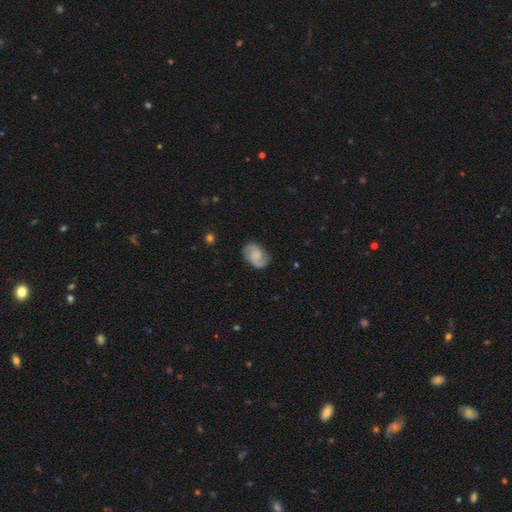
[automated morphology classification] A featured or disk galaxy (81%) with no bar (60%), 2 (92%) medium (51%) spiral arms (97%) and no central bulge (52%).

Vote fractions:
- Smooth or featured? featured or disk: 81% / smooth: 13% / star or artifact: 6%
- Edge-on disk? no: 98% / yes: 2%
- Bar? no: 60% / weak: 33% / strong: 7%
- Spiral arms? yes: 97% / no: 3%
- Spiral winding? medium: 51% / tight: 32% / loose: 17%
- Spiral arm count? 2: 92% / can't tell: 3% / 3: 2% / 1: 1% / 4: 1% / more than 4: 1%
- Bulge size? none: 52% / small: 25% / moderate: 16% / large: 6% / dominant: 2%
- Merging? none: 83% / minor disturbance: 12% / major disturbance: 4% / merger: 1%